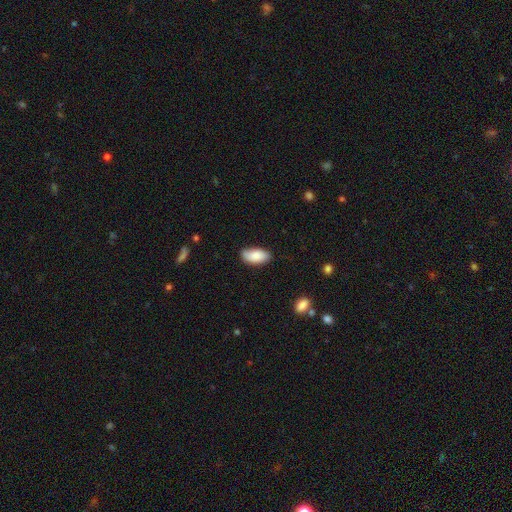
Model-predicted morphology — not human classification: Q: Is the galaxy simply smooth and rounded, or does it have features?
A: smooth — 86%.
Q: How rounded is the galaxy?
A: in between — 94%.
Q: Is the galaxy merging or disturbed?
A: none — 72%.